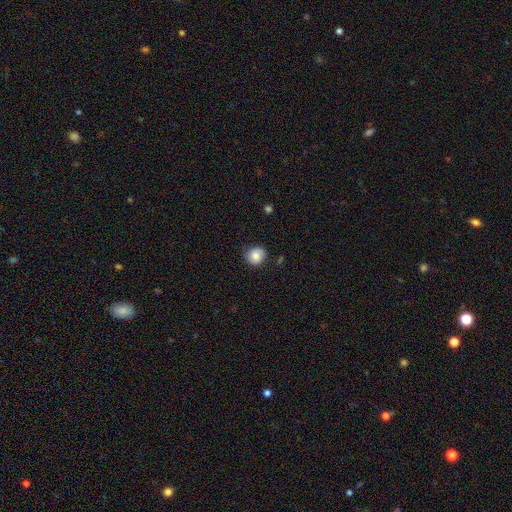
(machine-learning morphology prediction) Overall: smooth (74%). How rounded: round (83%). Merging: none (69%).